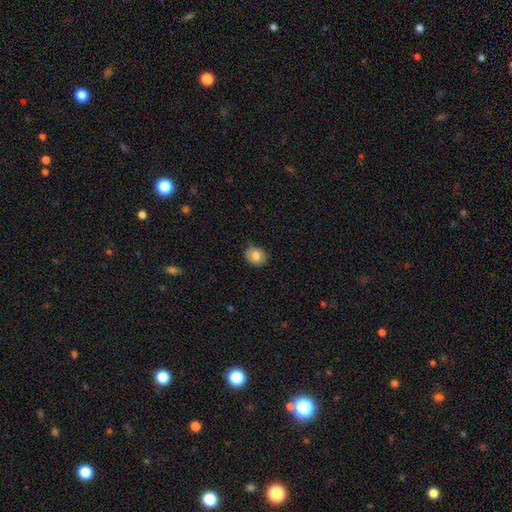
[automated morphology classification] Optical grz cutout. It shows a smooth galaxy with no disk features (80%) that is round (62%). Merging: none (84%).